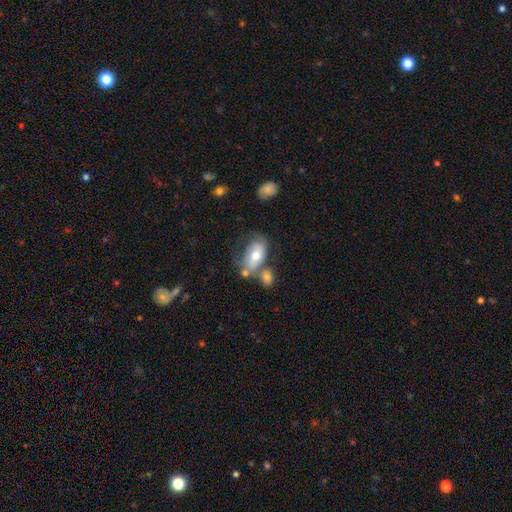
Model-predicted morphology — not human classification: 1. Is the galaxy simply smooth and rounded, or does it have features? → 62% smooth, 30% featured or disk, 7% star or artifact.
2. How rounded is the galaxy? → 91% in between, 6% round, 3% cigar-shaped.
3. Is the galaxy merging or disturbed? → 41% none, 31% merger, 19% minor disturbance, 9% major disturbance.